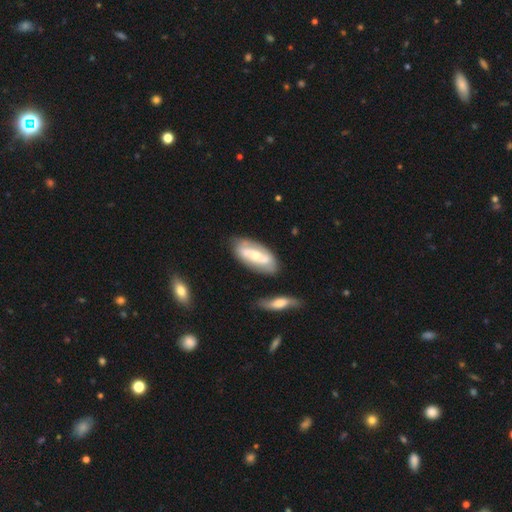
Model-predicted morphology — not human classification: Smooth or featured? featured or disk (63%)
Edge-on disk? no (89%)
Bar? no (44%)
Spiral arms? yes (69%)
Bulge size? moderate (47%)
Merging? none (74%)